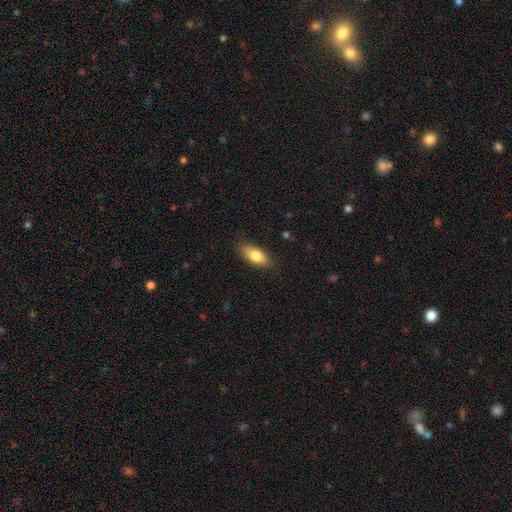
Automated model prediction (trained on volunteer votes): smooth_or_featured: smooth (p=0.80) [alt: featured or disk p=0.13]
how_rounded: in between (p=0.83) [alt: cigar-shaped p=0.14]
merging: none (p=0.84) [alt: minor disturbance p=0.12]